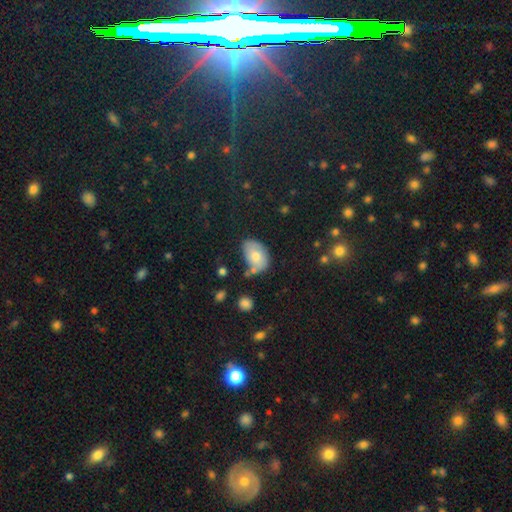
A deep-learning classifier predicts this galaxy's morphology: type=smooth (72%); roundness=in between (87%); merging=none (57%).